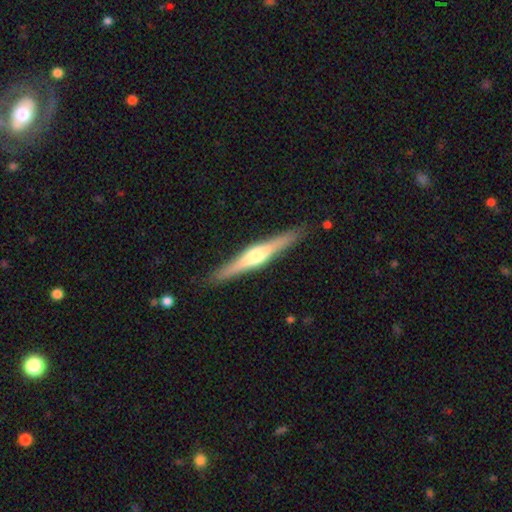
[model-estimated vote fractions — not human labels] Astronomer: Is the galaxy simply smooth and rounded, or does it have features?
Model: featured or disk — 71%.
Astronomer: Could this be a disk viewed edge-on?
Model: yes — 97%.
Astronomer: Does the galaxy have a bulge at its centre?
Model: rounded — 85%.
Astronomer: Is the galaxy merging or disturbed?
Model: none — 89%.